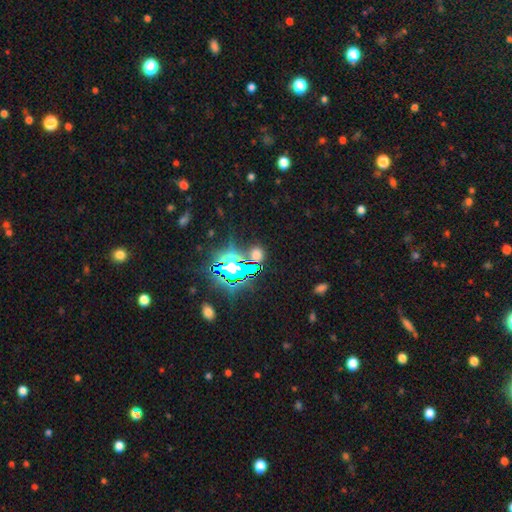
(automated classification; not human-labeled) smooth-or-featured: star or artifact: 56% | smooth: 36% | featured or disk: 8%